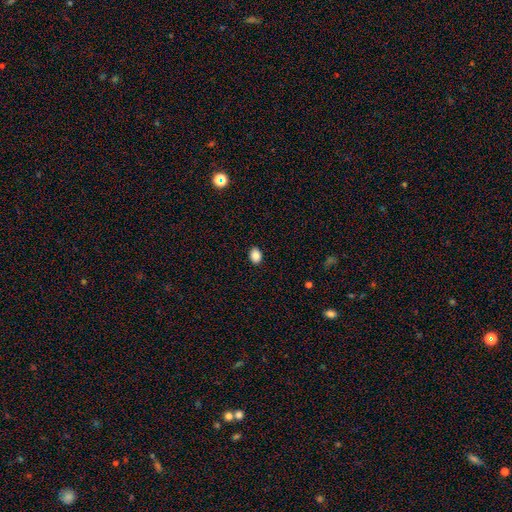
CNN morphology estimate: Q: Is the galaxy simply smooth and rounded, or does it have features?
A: smooth — 86%.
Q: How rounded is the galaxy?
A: in between — 66%.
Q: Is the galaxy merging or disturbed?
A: none — 90%.